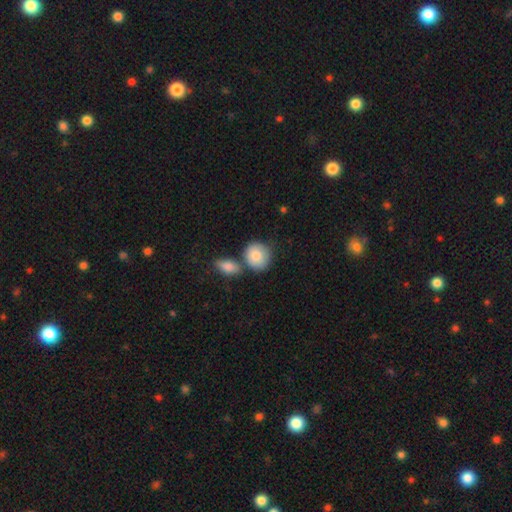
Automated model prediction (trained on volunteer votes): Smooth or featured?
  - smooth: 83% *
  - featured or disk: 10%
  - star or artifact: 6%
How rounded?
  - round: 78% *
  - in between: 21%
  - cigar-shaped: 1%
Merging?
  - none: 57% *
  - merger: 26%
  - minor disturbance: 13%
  - major disturbance: 4%